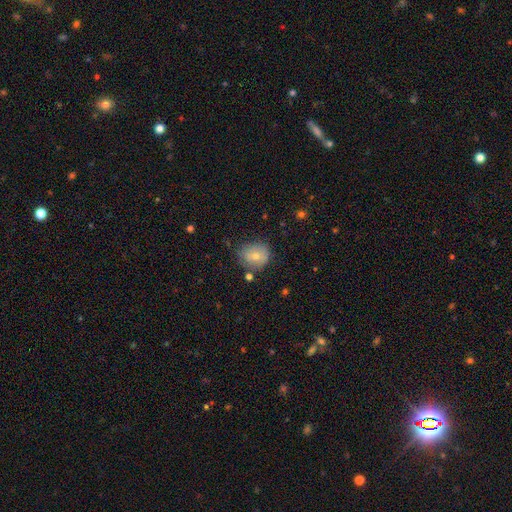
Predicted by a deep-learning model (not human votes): smooth 71%, featured or disk 19%, star or artifact 9%. Down the decision tree: how rounded — round (75%); merging — none (65%).